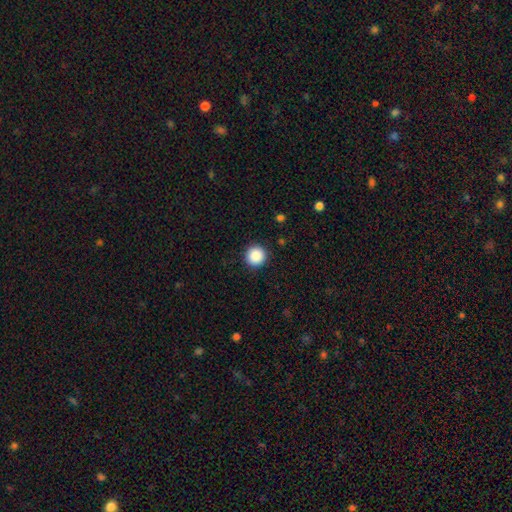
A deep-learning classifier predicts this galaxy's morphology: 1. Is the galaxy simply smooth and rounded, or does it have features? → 89% smooth, 9% star or artifact, 3% featured or disk.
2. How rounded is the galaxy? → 96% round, 3% in between, 1% cigar-shaped.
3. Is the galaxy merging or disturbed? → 92% none, 5% minor disturbance, 2% major disturbance, 1% merger.